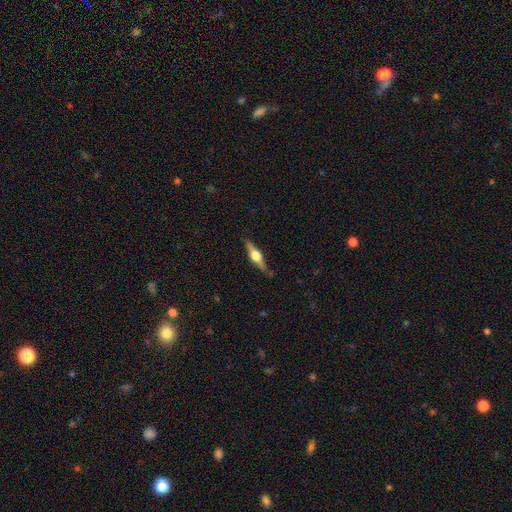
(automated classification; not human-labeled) Q: Smooth or featured?
A: featured or disk (74%); runner-up: smooth (21%)
Q: Edge-on disk?
A: yes (97%); runner-up: no (3%)
Q: Edge-on bulge?
A: rounded (93%); runner-up: boxy (6%)
Q: Merging?
A: none (85%); runner-up: minor disturbance (12%)